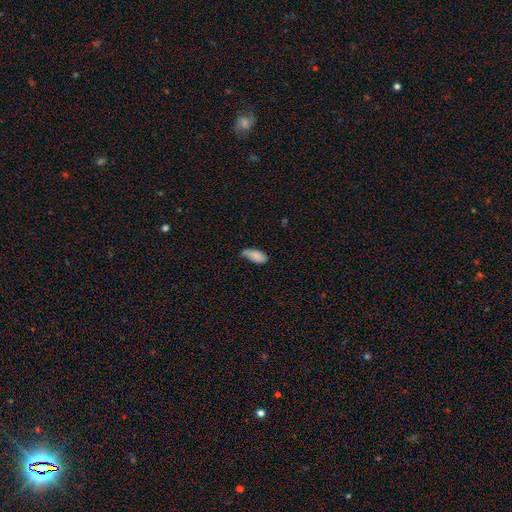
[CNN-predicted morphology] smooth-or-featured: smooth: 84% | featured or disk: 9% | star or artifact: 7%
  how-rounded: in between: 90% | cigar-shaped: 8% | round: 2%
  merging: none: 47% | minor disturbance: 40% | major disturbance: 9% | merger: 4%